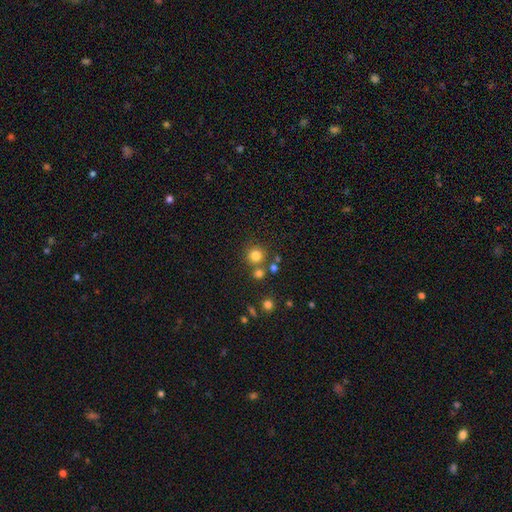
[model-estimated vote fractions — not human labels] The model was most divided on "merging": none: 74%, merger: 15%, minor disturbance: 8%, major disturbance: 3%. More confident: how rounded — round (93%); smooth or featured — smooth (79%).